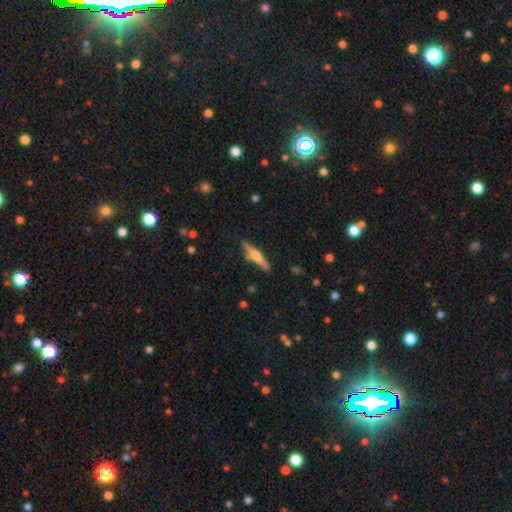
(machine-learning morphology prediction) This is possibly a featured or disk galaxy (57%). It is clearly viewed edge-on (96%). Edge-on bulge: clearly rounded (90%). Merging: clearly none (83%).